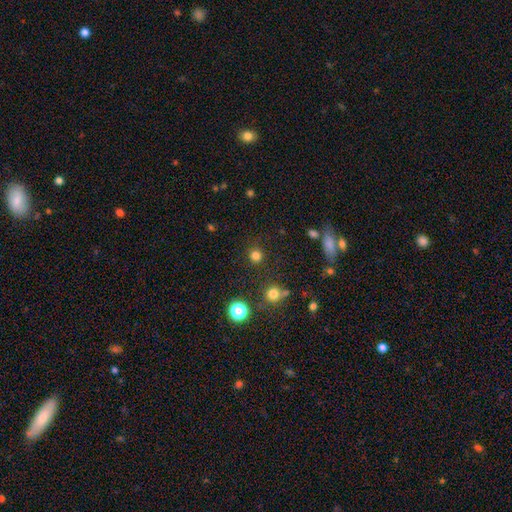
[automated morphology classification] This appears to be a smooth galaxy with no disk features (78%) that is round (92%). Merging: none (87%).